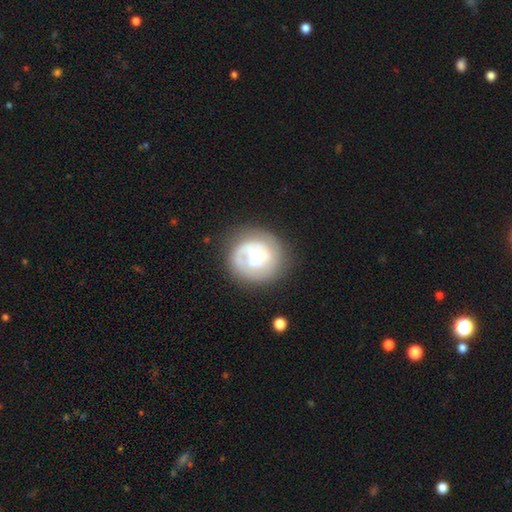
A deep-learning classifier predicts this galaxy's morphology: Q: Smooth or featured?
A: featured or disk (65%); runner-up: smooth (29%)
Q: Edge-on disk?
A: no (98%); runner-up: yes (2%)
Q: Bar?
A: no (73%); runner-up: weak (22%)
Q: Spiral arms?
A: yes (71%); runner-up: no (29%)
Q: Bulge size?
A: small (52%); runner-up: moderate (35%)
Q: Merging?
A: none (66%); runner-up: minor disturbance (18%)